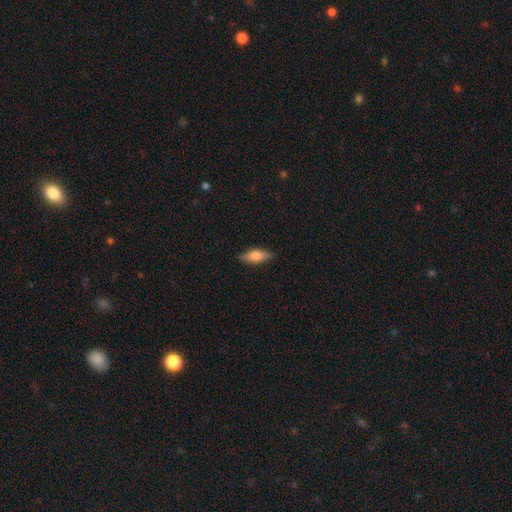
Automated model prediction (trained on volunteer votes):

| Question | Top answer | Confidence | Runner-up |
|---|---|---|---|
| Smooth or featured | smooth | 69% | featured or disk (24%) |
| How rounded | in between | 64% | cigar-shaped (33%) |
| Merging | none | 86% | minor disturbance (11%) |